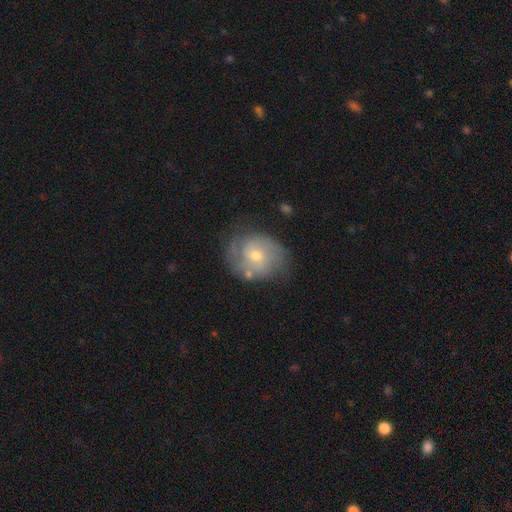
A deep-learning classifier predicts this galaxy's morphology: Overall: featured or disk (67%). Edge-on disk: no (97%). Bar: no (63%; weak 32%). Spiral arms: yes (85%). Spiral arm count: 2 (63%). Spiral winding: tight (47%; medium 38%). Bulge size: moderate (50%; small 46%). Merging: none (65%).